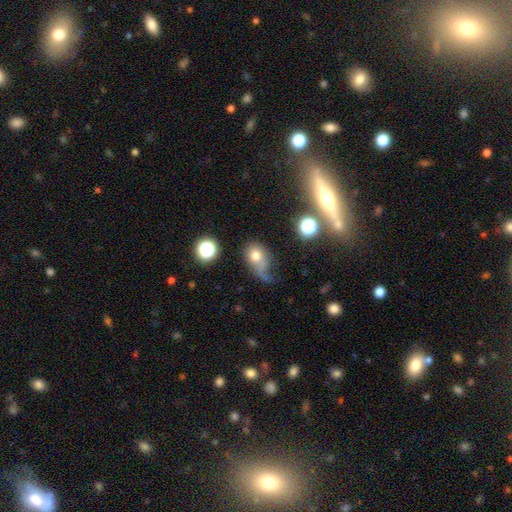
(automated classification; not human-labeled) smooth_or_featured: smooth (p=0.69) [alt: featured or disk p=0.18]
how_rounded: in between (p=0.52) [alt: round p=0.46]
merging: major disturbance (p=0.38) [alt: minor disturbance p=0.27]